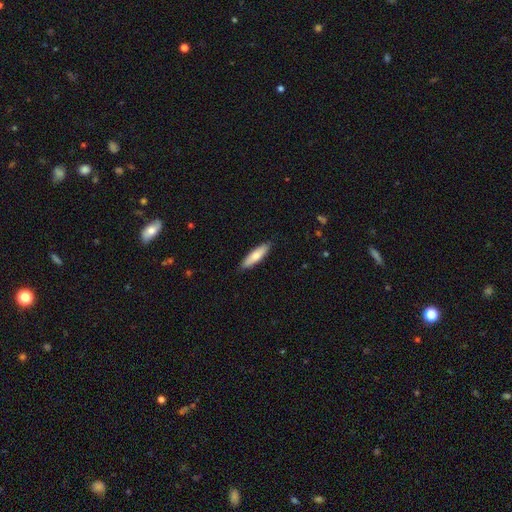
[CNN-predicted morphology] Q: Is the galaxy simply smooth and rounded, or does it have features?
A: smooth — 75%.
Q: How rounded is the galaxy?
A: cigar-shaped — 69%.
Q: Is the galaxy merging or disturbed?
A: none — 89%.